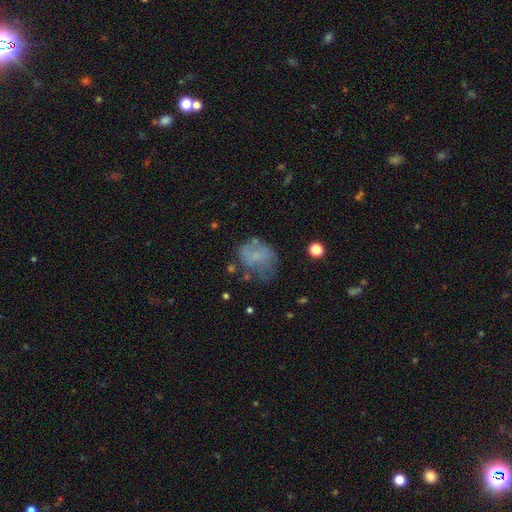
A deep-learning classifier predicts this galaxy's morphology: smooth-or-featured: smooth: 55% | featured or disk: 32% | star or artifact: 13%
  how-rounded: in between: 53% | round: 45% | cigar-shaped: 1%
  merging: none: 41% | minor disturbance: 28% | major disturbance: 25% | merger: 5%